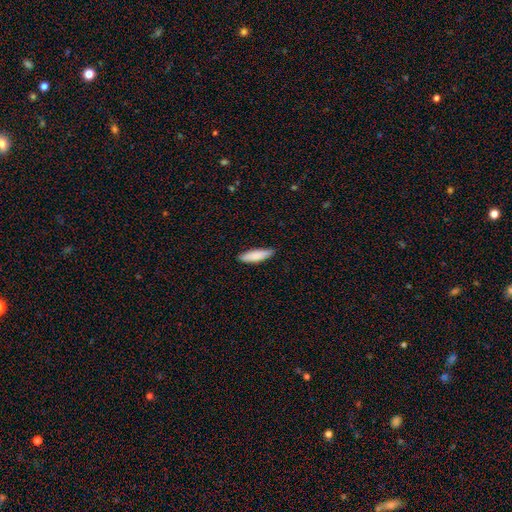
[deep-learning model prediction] The model was most divided on "how rounded": cigar-shaped: 65%, in between: 33%, round: 1%. More confident: merging — none (86%); smooth or featured — smooth (85%).